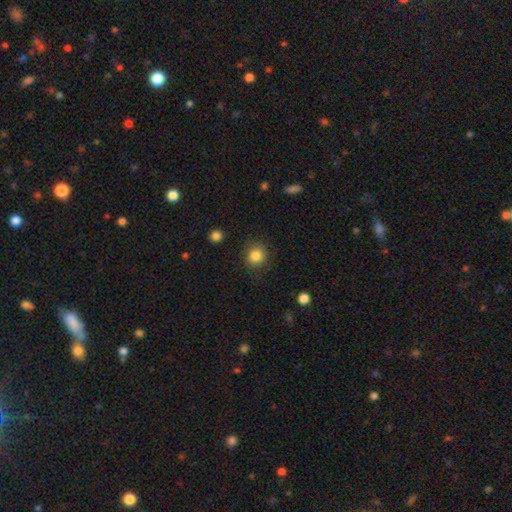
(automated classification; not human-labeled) The model was most divided on "smooth or featured": smooth: 84%, star or artifact: 10%, featured or disk: 5%. More confident: how rounded — round (91%); merging — none (87%).